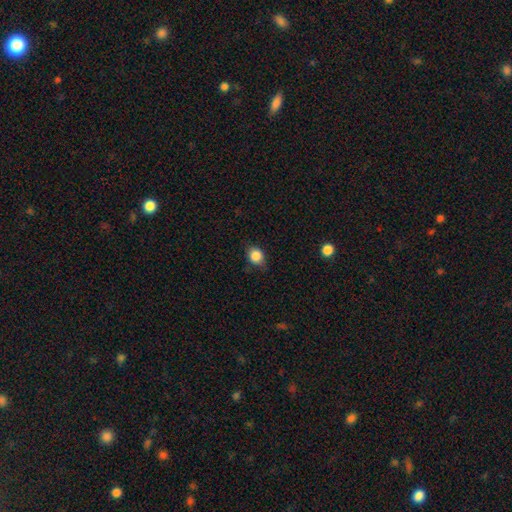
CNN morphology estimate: Smooth or featured? Predicted: smooth (p=0.85). How rounded? Predicted: round (p=0.61). Merging? Predicted: none (p=0.72).